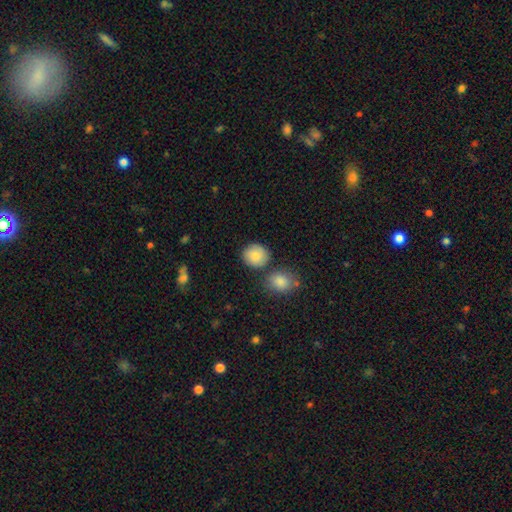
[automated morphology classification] A smooth galaxy with no disk features (85%) that is round (84%). Merging: none (75%).